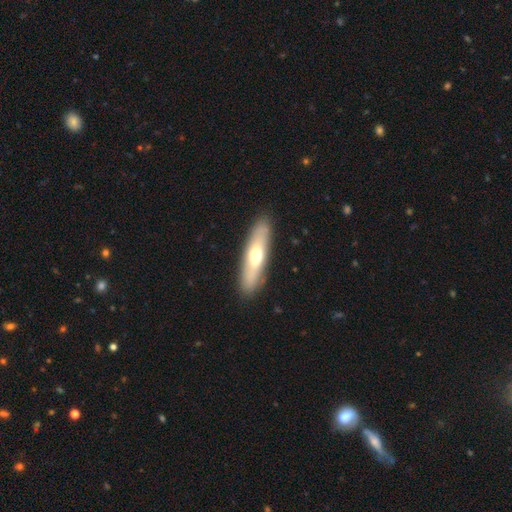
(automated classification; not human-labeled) This appears to be a smooth galaxy with no disk features (57%) that is cigar-shaped (66%). Merging: none (88%).